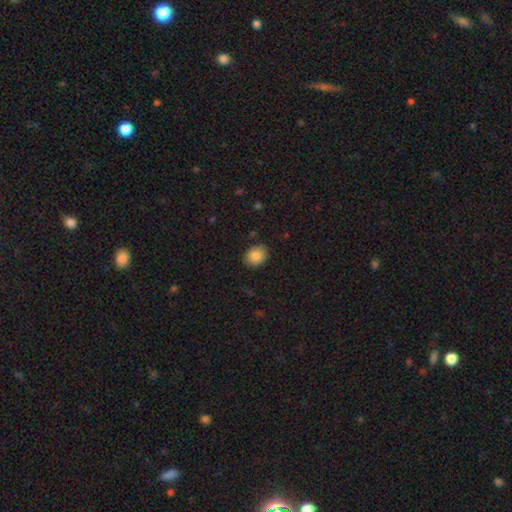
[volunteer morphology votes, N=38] Overall: smooth (84%). How rounded: in between (69%; round 31%). Merging: none (89%).